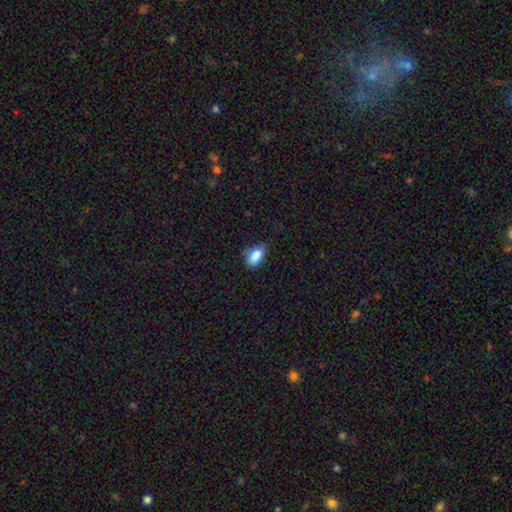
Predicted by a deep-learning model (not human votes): Morphology: type=smooth (86%); roundness=in between (89%); merging=none (61%).